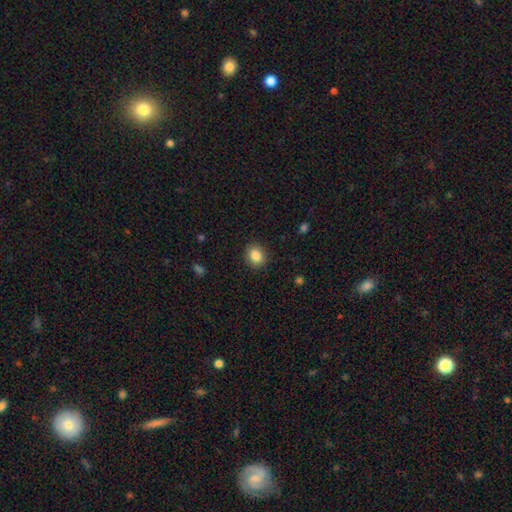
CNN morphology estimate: Smooth or featured?
  - smooth: 86% *
  - star or artifact: 9%
  - featured or disk: 5%
How rounded?
  - round: 61% *
  - in between: 38%
  - cigar-shaped: 1%
Merging?
  - none: 88% *
  - minor disturbance: 9%
  - major disturbance: 3%
  - merger: 1%